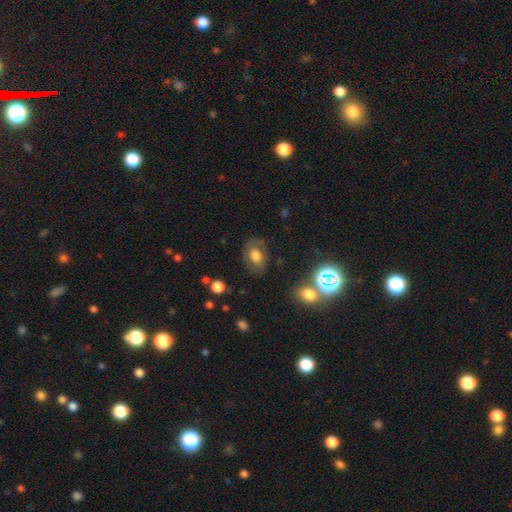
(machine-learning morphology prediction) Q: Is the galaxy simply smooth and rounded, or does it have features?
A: smooth — 59%.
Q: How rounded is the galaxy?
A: in between — 70%.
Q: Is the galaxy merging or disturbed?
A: none — 72%.